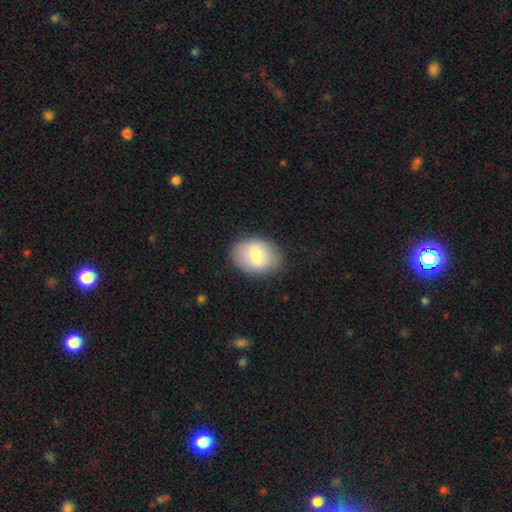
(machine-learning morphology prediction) smooth_or_featured: smooth (p=0.71) [alt: featured or disk p=0.22]
how_rounded: in between (p=0.72) [alt: round p=0.27]
merging: none (p=0.83) [alt: minor disturbance p=0.13]